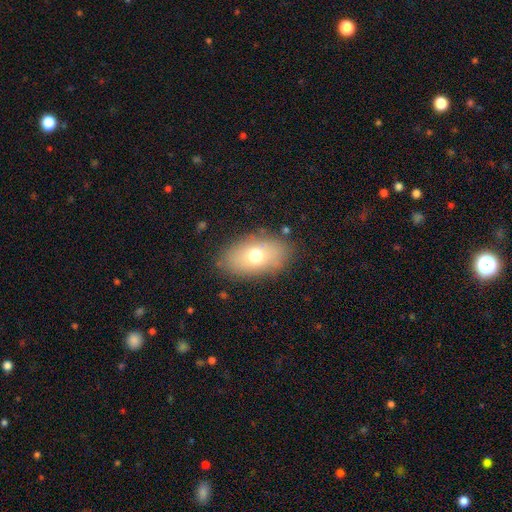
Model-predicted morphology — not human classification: smooth_or_featured: smooth (p=0.69) [alt: featured or disk p=0.21]
how_rounded: in between (p=0.88) [alt: round p=0.10]
merging: none (p=0.82) [alt: minor disturbance p=0.12]